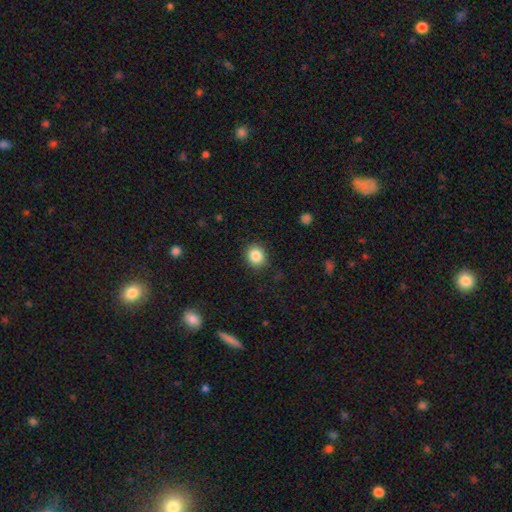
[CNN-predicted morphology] The model was most divided on "how rounded": round: 79%, in between: 20%, cigar-shaped: 1%. More confident: merging — none (86%); smooth or featured — smooth (85%).